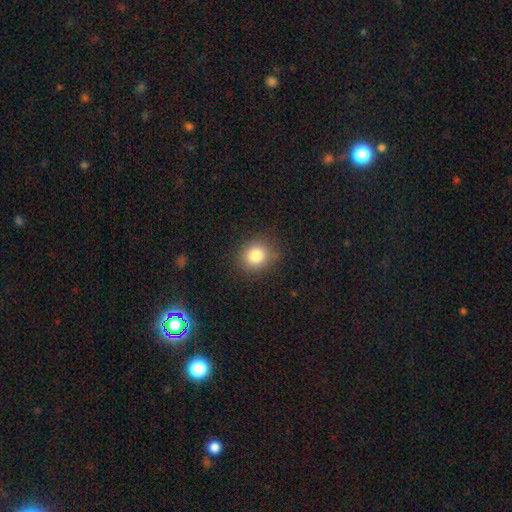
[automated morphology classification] Smooth or featured: smooth — 82% (star or artifact — 11%)
How rounded: round — 74% (in between — 25%)
Merging: none — 86% (minor disturbance — 10%)